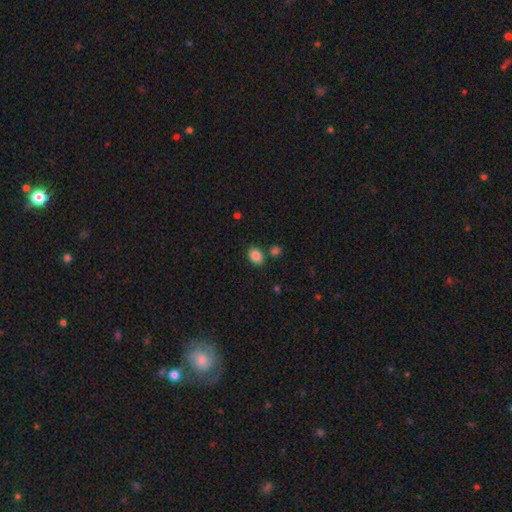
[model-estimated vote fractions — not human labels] Smooth or featured: smooth — 87% (star or artifact — 9%)
How rounded: in between — 70% (round — 29%)
Merging: none — 78% (minor disturbance — 11%)